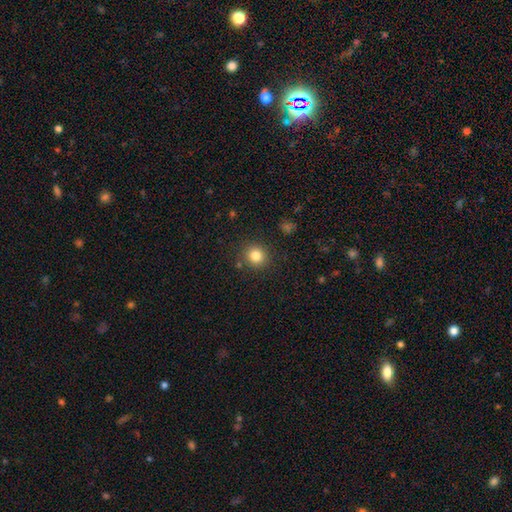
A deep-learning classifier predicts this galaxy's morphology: A smooth galaxy with no disk features (83%) that is round (87%).

Vote fractions:
- Smooth or featured? smooth: 83% / star or artifact: 12% / featured or disk: 6%
- How rounded? round: 87% / in between: 12% / cigar-shaped: 1%
- Merging? none: 87% / minor disturbance: 8% / major disturbance: 3% / merger: 3%